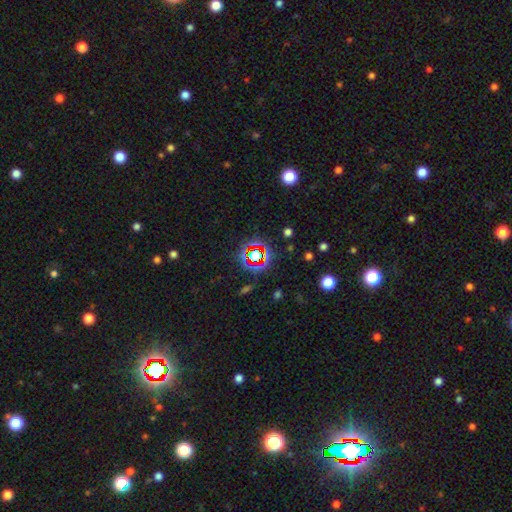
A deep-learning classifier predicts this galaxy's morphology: The model was most divided on "smooth or featured": star or artifact: 70%, smooth: 19%, featured or disk: 11%.